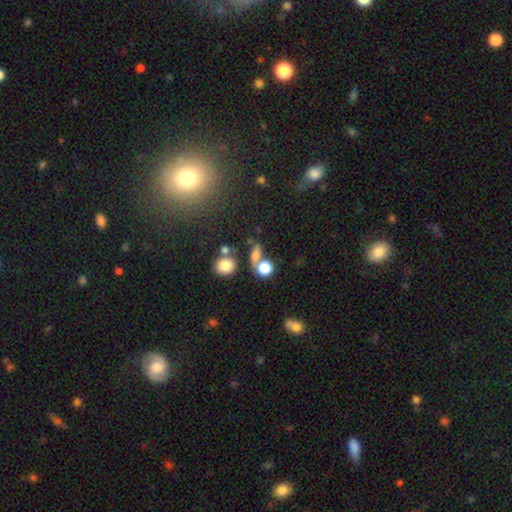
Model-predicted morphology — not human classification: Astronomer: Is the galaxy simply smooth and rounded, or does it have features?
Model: smooth — 73%.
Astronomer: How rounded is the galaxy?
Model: round — 57% (runner-up: in between, 37%).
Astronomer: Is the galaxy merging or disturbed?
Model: none — 40%, tied with merger at 40%.